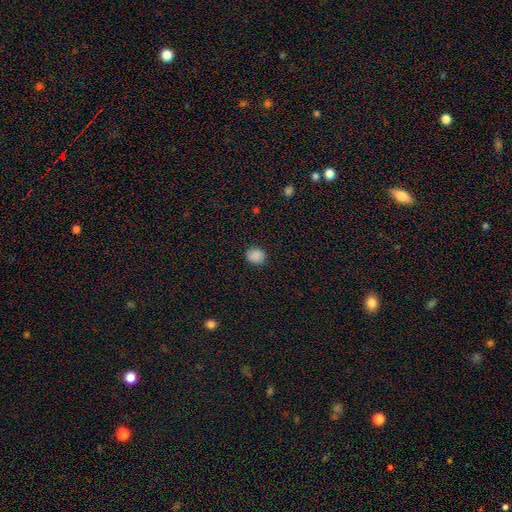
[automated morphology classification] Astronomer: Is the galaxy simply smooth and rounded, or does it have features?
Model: smooth — 88%.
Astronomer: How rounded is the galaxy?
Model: round — 73%.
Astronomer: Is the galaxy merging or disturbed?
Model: none — 89%.